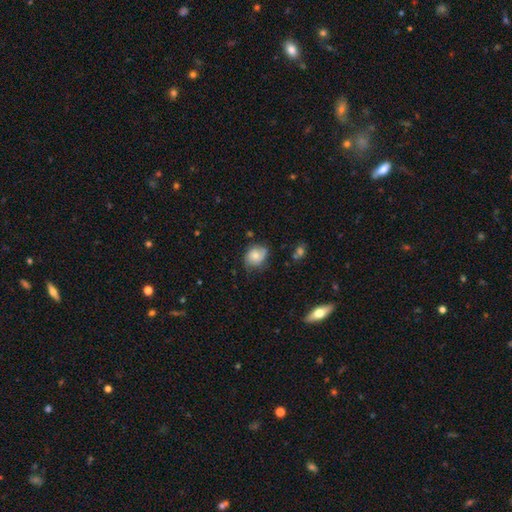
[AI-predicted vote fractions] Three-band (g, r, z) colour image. It shows a smooth galaxy with no disk features (50%). Merging: none (60%).